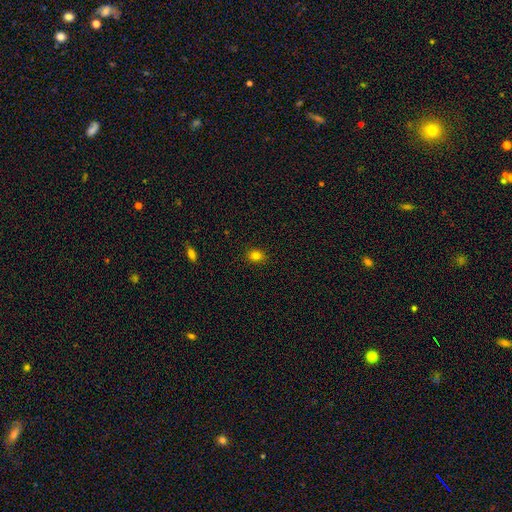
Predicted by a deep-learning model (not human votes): Smooth or featured?
  - smooth: 81% *
  - star or artifact: 13%
  - featured or disk: 6%
How rounded?
  - in between: 50% *
  - round: 49%
  - cigar-shaped: 1%
Merging?
  - none: 89% *
  - minor disturbance: 8%
  - major disturbance: 2%
  - merger: 1%